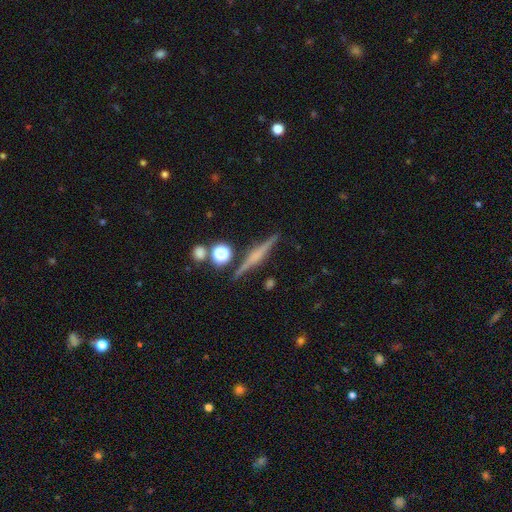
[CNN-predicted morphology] A featured or disk galaxy (71%) viewed edge-on (97%) with a rounded central bulge (59%).

Vote fractions:
- Smooth or featured? featured or disk: 71% / smooth: 20% / star or artifact: 9%
- Edge-on disk? yes: 97% / no: 3%
- Edge-on bulge? rounded: 59% / boxy: 22% / none: 19%
- Merging? none: 88% / minor disturbance: 7% / merger: 3% / major disturbance: 2%